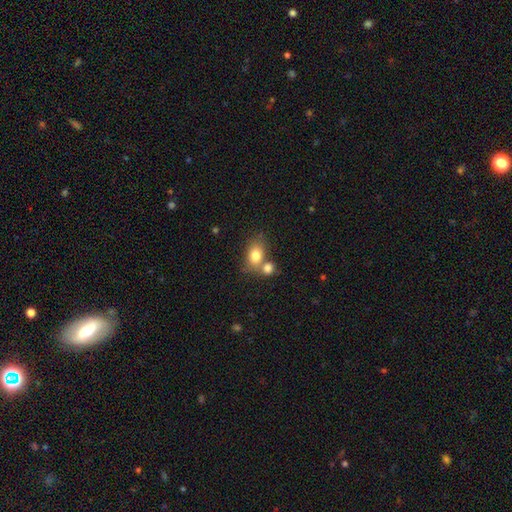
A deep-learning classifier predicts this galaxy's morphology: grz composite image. It shows a smooth galaxy with no disk features (80%) that is in between round and cigar-shaped (70%). Merging: merger (43%).